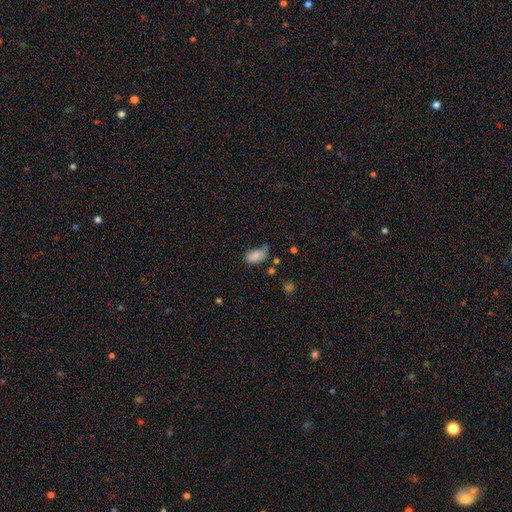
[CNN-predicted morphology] Smooth or featured?
  - smooth: 82% *
  - star or artifact: 9%
  - featured or disk: 9%
How rounded?
  - in between: 91% *
  - round: 7%
  - cigar-shaped: 2%
Merging?
  - none: 42% *
  - minor disturbance: 37%
  - major disturbance: 14%
  - merger: 7%